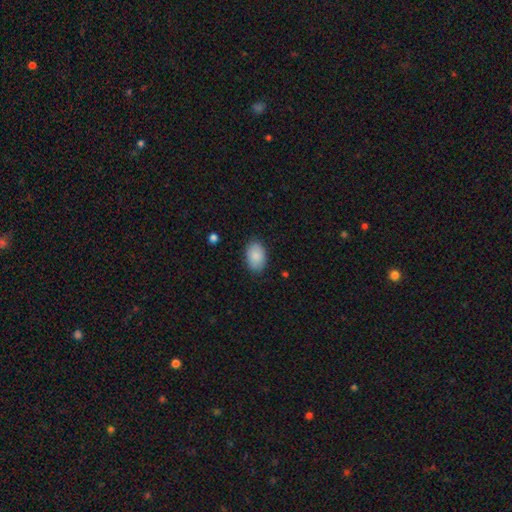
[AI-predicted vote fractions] Smooth or featured? smooth (88%)
How rounded? in between (89%)
Merging? none (85%)